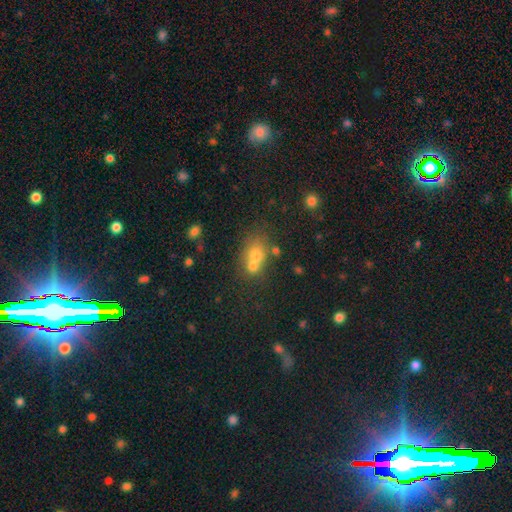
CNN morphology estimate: Smooth or featured: smooth — 61% (star or artifact — 23%)
How rounded: round — 57% (in between — 41%)
Merging: merger — 51% (none — 37%)